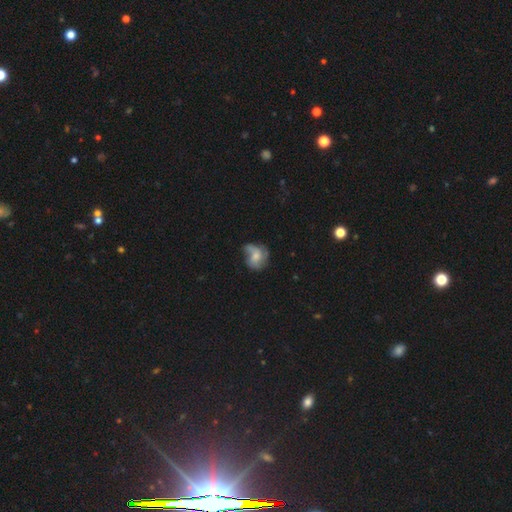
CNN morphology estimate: featured or disk 46%, smooth 44%, star or artifact 9%. Down the decision tree: merging — none (40%).